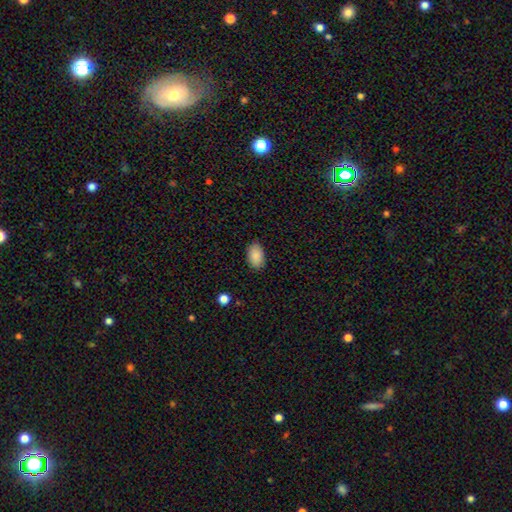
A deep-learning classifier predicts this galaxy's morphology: Smooth or featured: smooth — 88% (star or artifact — 7%)
How rounded: in between — 92% (round — 6%)
Merging: none — 85% (minor disturbance — 11%)